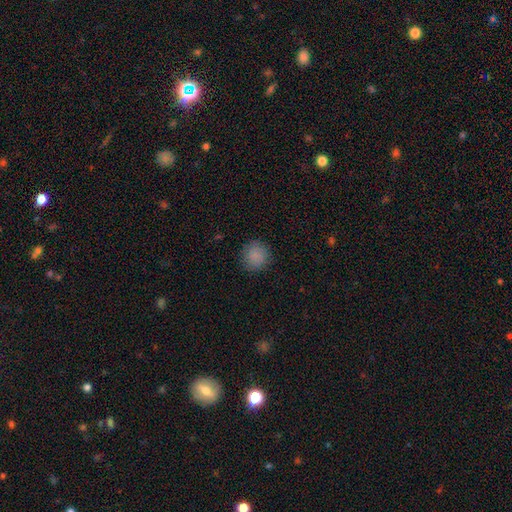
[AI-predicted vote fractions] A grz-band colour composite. It shows a smooth galaxy with no disk features (87%) that is round (91%). Merging: none (87%).